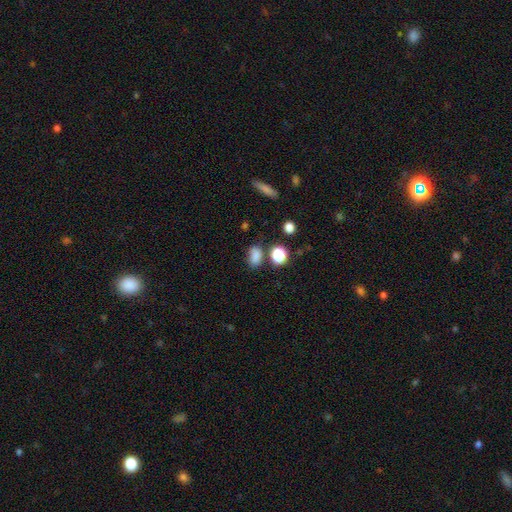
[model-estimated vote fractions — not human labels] Morphology: type=smooth (80%); roundness=in between (77%); merging=none (69%).